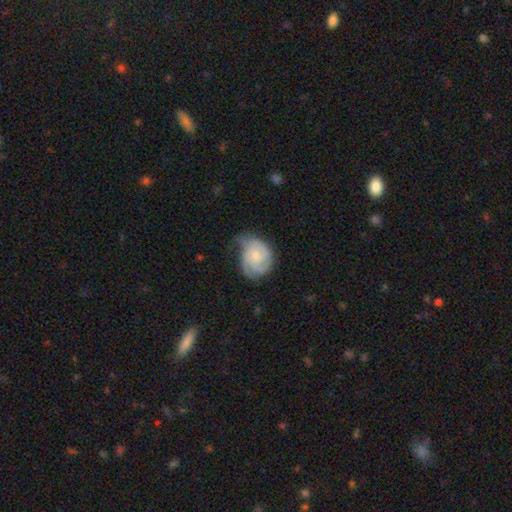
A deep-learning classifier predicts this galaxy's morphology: A featured or disk galaxy (64%) with no bar (76%), 3 (31%) tight (55%) spiral arms (89%) and a small central bulge (59%). Merging: none (44%).